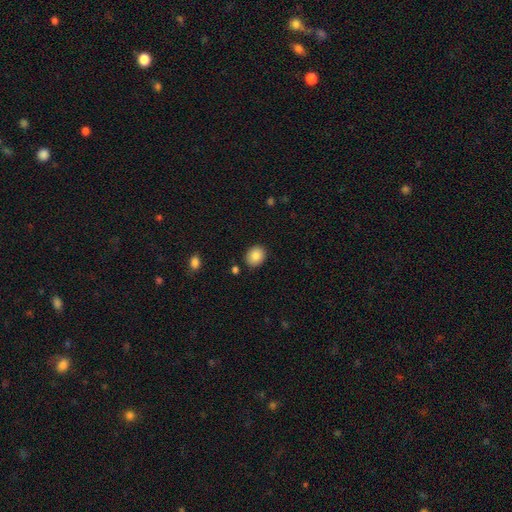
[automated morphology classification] A smooth galaxy with no disk features (88%) that is round (61%). Merging: none (87%).